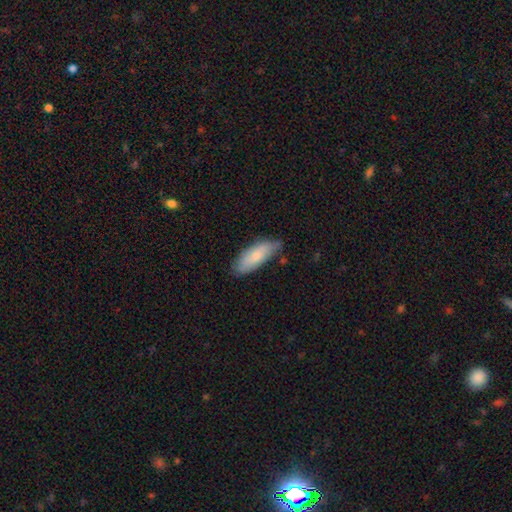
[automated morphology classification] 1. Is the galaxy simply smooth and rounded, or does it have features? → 75% smooth, 19% featured or disk, 6% star or artifact.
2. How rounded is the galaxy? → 72% in between, 26% cigar-shaped, 2% round.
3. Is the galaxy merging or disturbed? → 71% none, 24% minor disturbance, 3% major disturbance, 2% merger.